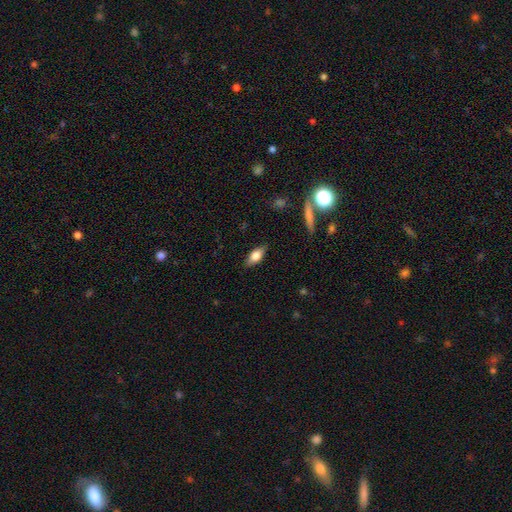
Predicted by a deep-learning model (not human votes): smooth_or_featured: smooth (p=0.62) [alt: featured or disk p=0.31]
how_rounded: in between (p=0.77) [alt: cigar-shaped p=0.19]
merging: none (p=0.85) [alt: minor disturbance p=0.11]